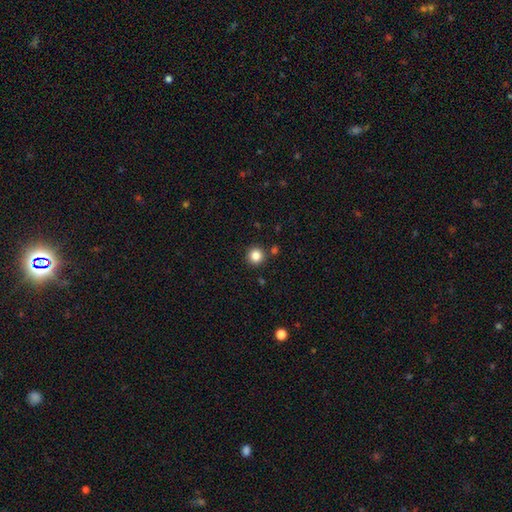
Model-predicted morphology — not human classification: smooth-or-featured: smooth: 84% | star or artifact: 11% | featured or disk: 5%
  how-rounded: round: 94% | in between: 5% | cigar-shaped: 1%
  merging: none: 89% | minor disturbance: 6% | merger: 4% | major disturbance: 2%